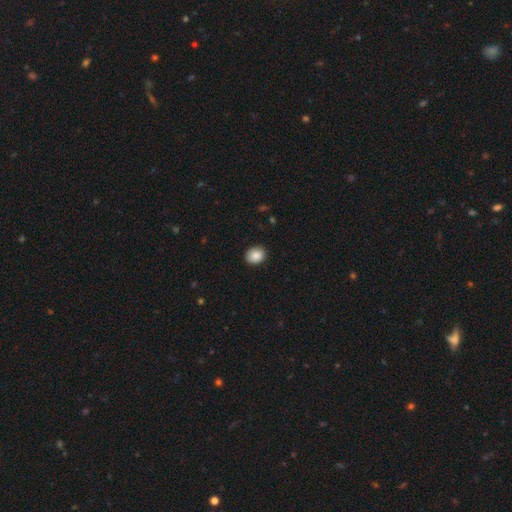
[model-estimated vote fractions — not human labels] smooth_or_featured: smooth (p=0.88) [alt: star or artifact p=0.08]
how_rounded: round (p=0.52) [alt: in between p=0.47]
merging: none (p=0.90) [alt: minor disturbance p=0.07]